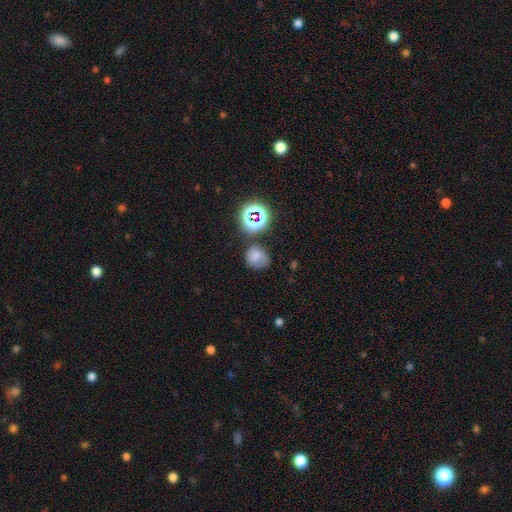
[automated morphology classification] This is likely a smooth galaxy (67%). How rounded: likely round (66%). Merging: possibly none (53%).